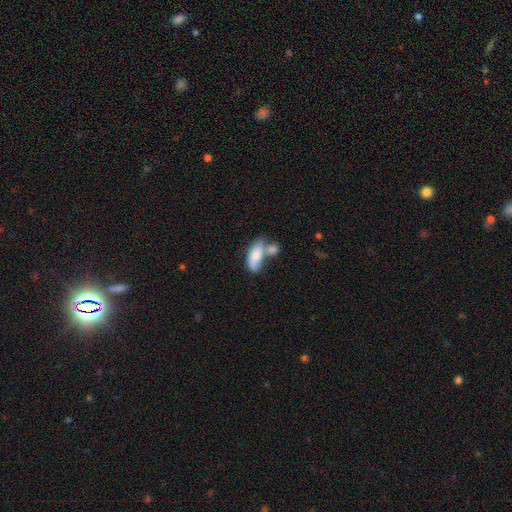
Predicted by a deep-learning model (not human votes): Smooth or featured: smooth — 72% (featured or disk — 21%)
How rounded: in between — 83% (cigar-shaped — 13%)
Merging: merger — 48% (none — 25%)